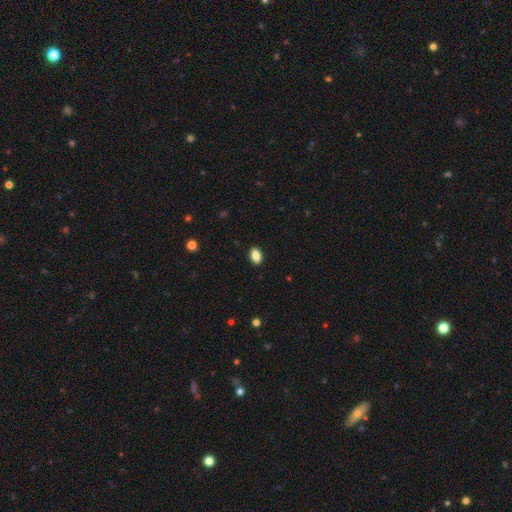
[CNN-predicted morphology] smooth-or-featured: smooth: 86% | star or artifact: 8% | featured or disk: 6%
  how-rounded: in between: 89% | round: 7% | cigar-shaped: 4%
  merging: none: 89% | minor disturbance: 8% | major disturbance: 2% | merger: 1%